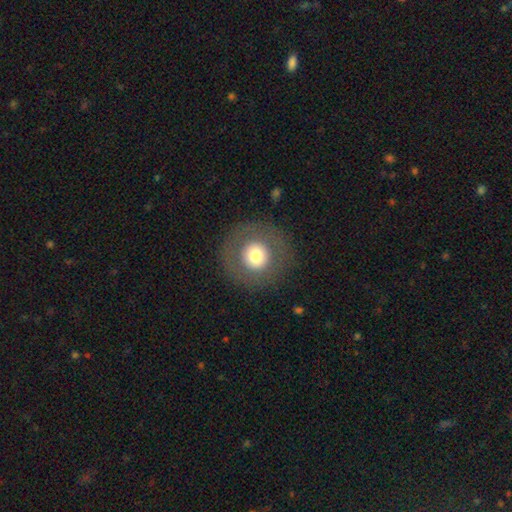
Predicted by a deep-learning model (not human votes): Smooth or featured?
  - smooth: 64% *
  - featured or disk: 26%
  - star or artifact: 10%
How rounded?
  - round: 95% *
  - in between: 4%
  - cigar-shaped: 1%
Merging?
  - none: 86% *
  - minor disturbance: 7%
  - major disturbance: 6%
  - merger: 1%